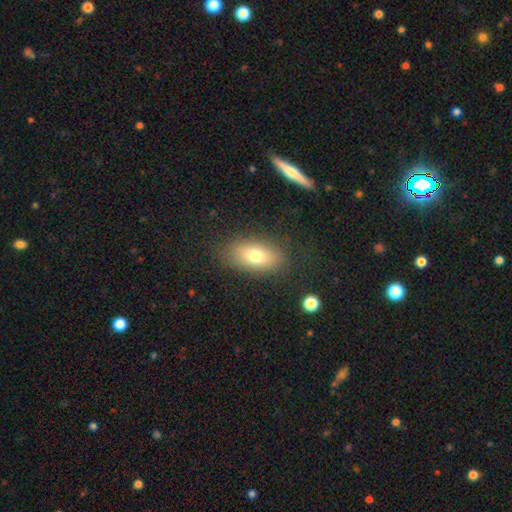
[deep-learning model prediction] Smooth or featured: smooth — 74% (featured or disk — 17%)
How rounded: in between — 86% (cigar-shaped — 7%)
Merging: none — 83% (minor disturbance — 11%)